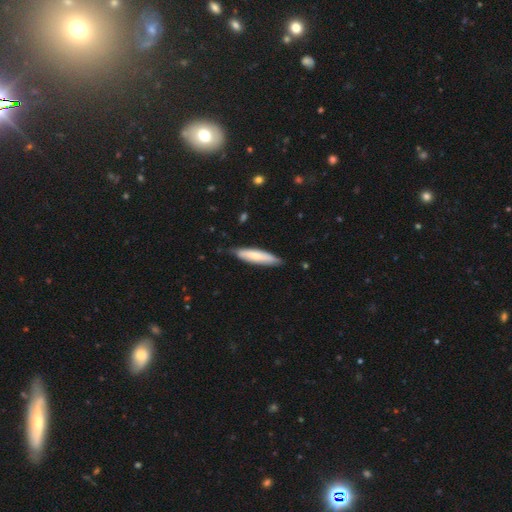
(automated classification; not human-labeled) Overall: smooth (67%; featured or disk 28%). How rounded: cigar-shaped (78%). Merging: none (79%).